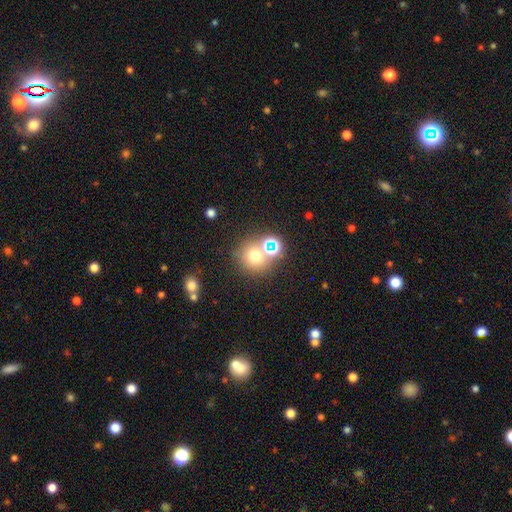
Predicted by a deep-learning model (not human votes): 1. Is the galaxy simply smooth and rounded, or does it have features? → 65% smooth, 23% star or artifact, 11% featured or disk.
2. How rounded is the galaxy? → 87% round, 12% in between, 1% cigar-shaped.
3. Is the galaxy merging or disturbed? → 64% none, 23% merger, 9% minor disturbance, 4% major disturbance.